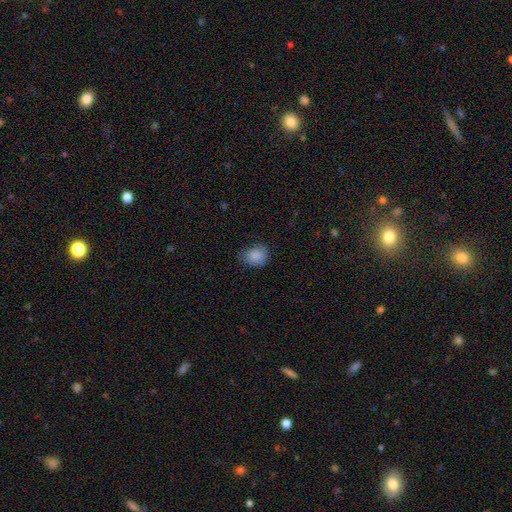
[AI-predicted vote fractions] A smooth galaxy with no disk features (87%) that is round (59%).

Vote fractions:
- Smooth or featured? smooth: 87% / star or artifact: 9% / featured or disk: 4%
- How rounded? round: 59% / in between: 40% / cigar-shaped: 1%
- Merging? none: 71% / minor disturbance: 24% / major disturbance: 4% / merger: 1%